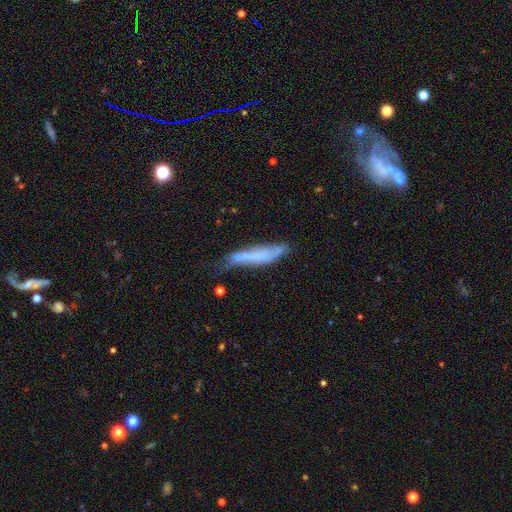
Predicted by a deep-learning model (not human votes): smooth-or-featured: smooth: 53% | featured or disk: 38% | star or artifact: 9%
  how-rounded: cigar-shaped: 88% | in between: 11% | round: 2%
  merging: none: 50% | minor disturbance: 33% | major disturbance: 12% | merger: 5%